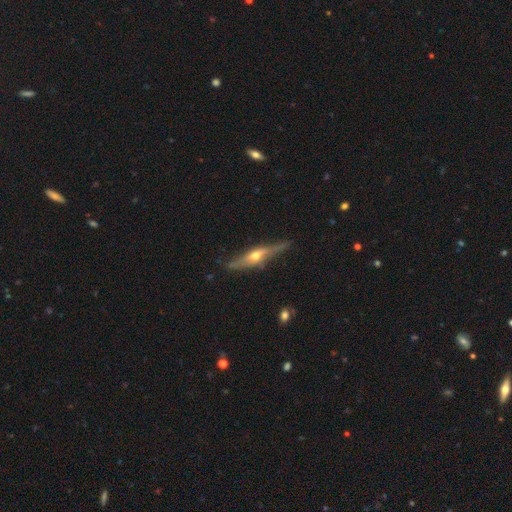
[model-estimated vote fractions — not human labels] Smooth or featured? featured or disk (74%)
Edge-on disk? yes (93%)
Edge-on bulge? rounded (90%)
Merging? none (79%)